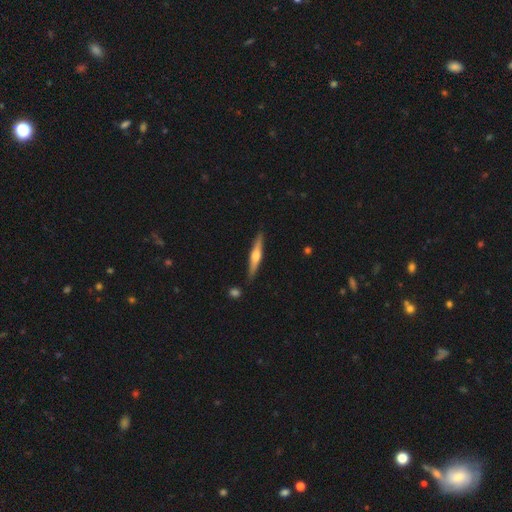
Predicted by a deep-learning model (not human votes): Smooth or featured? featured or disk (61%)
Edge-on disk? yes (97%)
Edge-on bulge? rounded (87%)
Merging? none (87%)